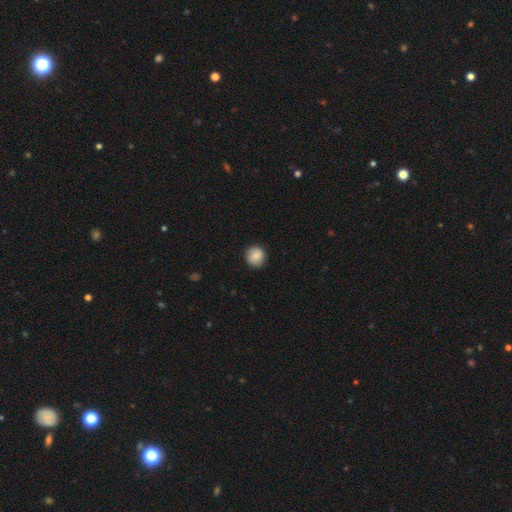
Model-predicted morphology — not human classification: Smooth or featured?
  - smooth: 85% *
  - featured or disk: 8%
  - star or artifact: 7%
How rounded?
  - round: 92% *
  - in between: 7%
  - cigar-shaped: 1%
Merging?
  - none: 88% *
  - minor disturbance: 9%
  - major disturbance: 2%
  - merger: 1%